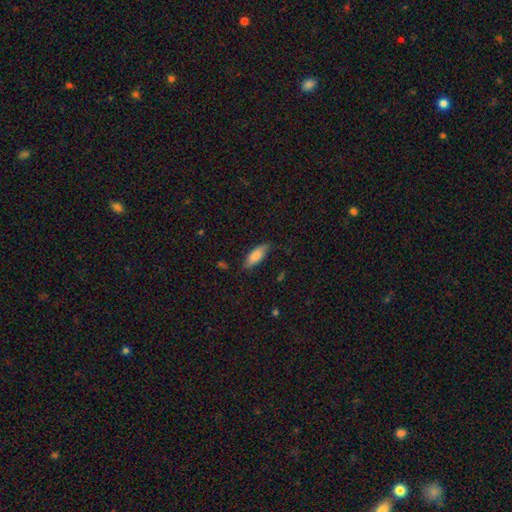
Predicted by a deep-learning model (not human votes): A smooth galaxy with no disk features (81%) that is in between round and cigar-shaped (71%). Merging: none (76%).